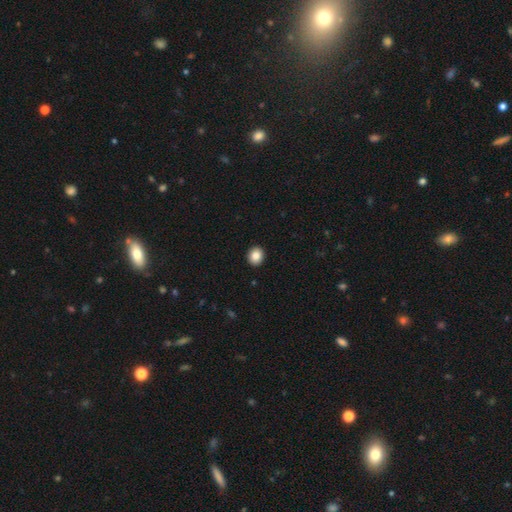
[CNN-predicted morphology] type=smooth (86%); roundness=round (70%); merging=none (93%).